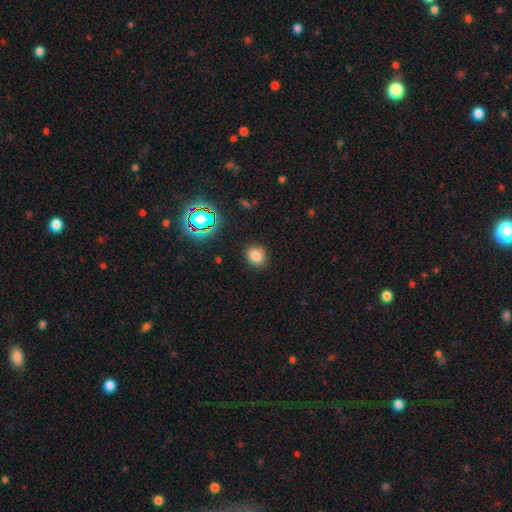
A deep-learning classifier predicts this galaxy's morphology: A smooth galaxy with no disk features (79%) that is round (72%). Merging: none (86%).